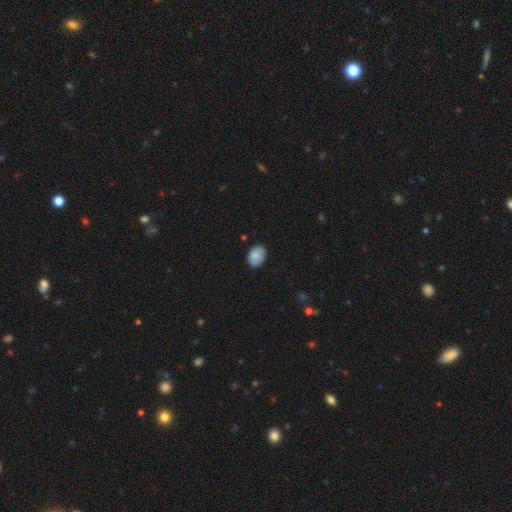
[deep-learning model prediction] Smooth or featured?
  - smooth: 84% *
  - featured or disk: 9%
  - star or artifact: 7%
How rounded?
  - in between: 74% *
  - round: 25%
  - cigar-shaped: 1%
Merging?
  - none: 80% *
  - minor disturbance: 16%
  - major disturbance: 3%
  - merger: 1%